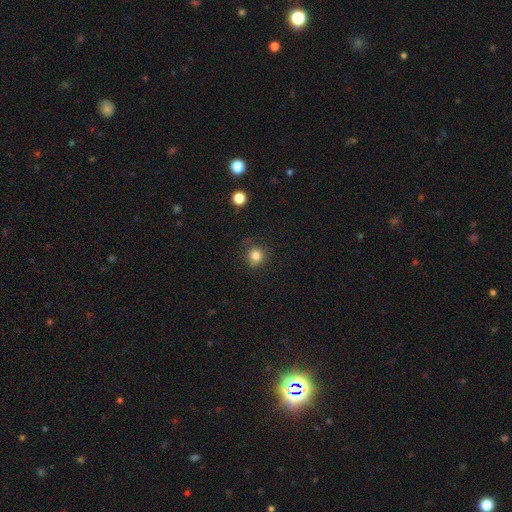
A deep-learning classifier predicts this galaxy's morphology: A smooth galaxy with no disk features (82%) that is round (92%).

Vote fractions:
- Smooth or featured? smooth: 82% / star or artifact: 13% / featured or disk: 6%
- How rounded? round: 92% / in between: 7% / cigar-shaped: 1%
- Merging? none: 80% / minor disturbance: 14% / major disturbance: 4% / merger: 2%